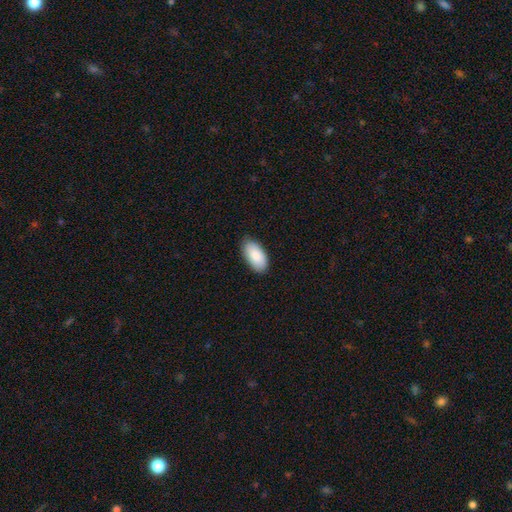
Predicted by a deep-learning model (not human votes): Q: Smooth or featured?
A: smooth (87%); runner-up: featured or disk (8%)
Q: How rounded?
A: in between (96%); runner-up: cigar-shaped (2%)
Q: Merging?
A: none (85%); runner-up: minor disturbance (12%)